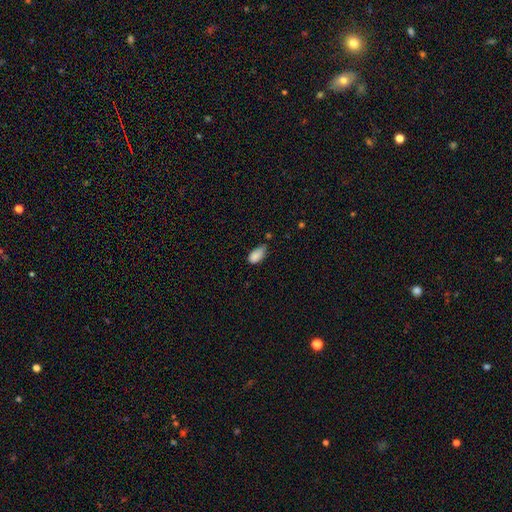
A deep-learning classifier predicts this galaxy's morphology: smooth-or-featured: smooth: 86% | star or artifact: 8% | featured or disk: 6%
  how-rounded: in between: 92% | round: 5% | cigar-shaped: 3%
  merging: minor disturbance: 46% | none: 39% | major disturbance: 10% | merger: 5%